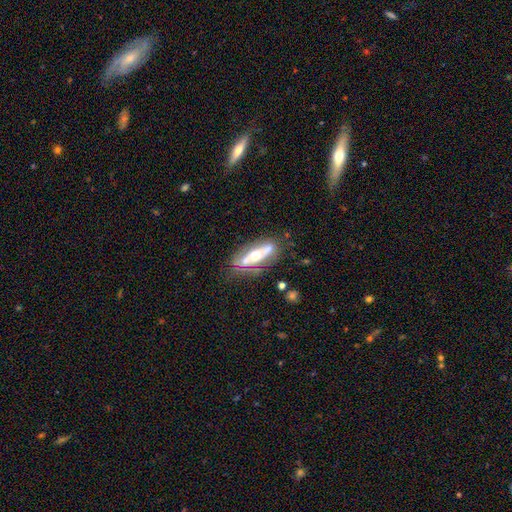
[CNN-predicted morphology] Q: Smooth or featured?
A: featured or disk (66%); runner-up: smooth (27%)
Q: Edge-on disk?
A: no (69%); runner-up: yes (31%)
Q: Merging?
A: none (66%); runner-up: minor disturbance (19%)